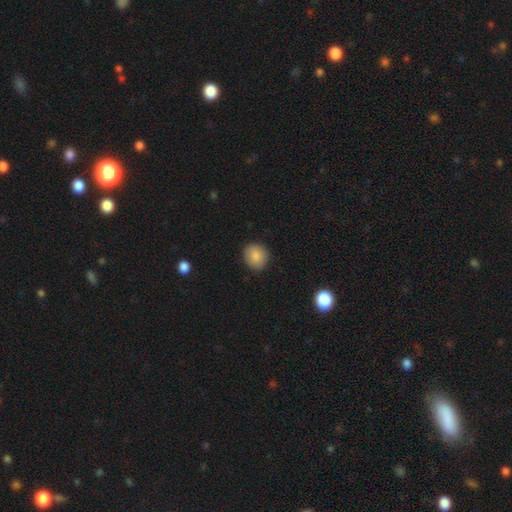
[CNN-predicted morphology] A smooth galaxy with no disk features (87%) that is round (81%).

Vote fractions:
- Smooth or featured? smooth: 87% / star or artifact: 8% / featured or disk: 5%
- How rounded? round: 81% / in between: 18% / cigar-shaped: 1%
- Merging? none: 89% / minor disturbance: 8% / major disturbance: 2% / merger: 1%